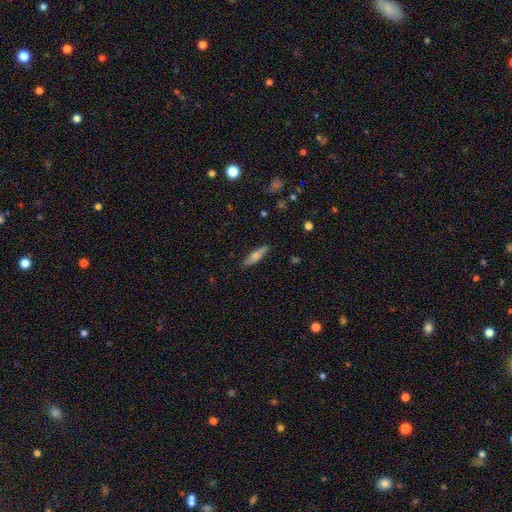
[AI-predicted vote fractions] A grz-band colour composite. It shows a smooth galaxy with no disk features (62%) that is cigar-shaped (69%). Merging: none (86%).